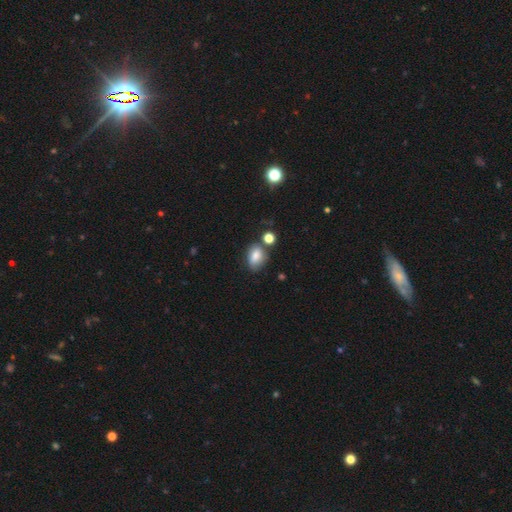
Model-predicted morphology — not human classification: Smooth or featured? smooth (79%)
How rounded? in between (77%)
Merging? none (59%)